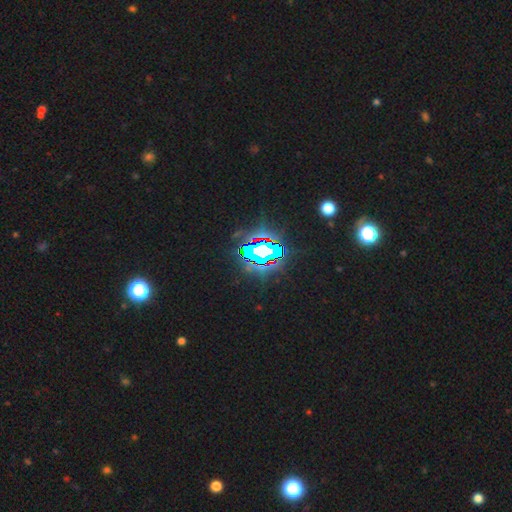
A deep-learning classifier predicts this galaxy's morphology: star or artifact 78%, smooth 12%, featured or disk 10%.